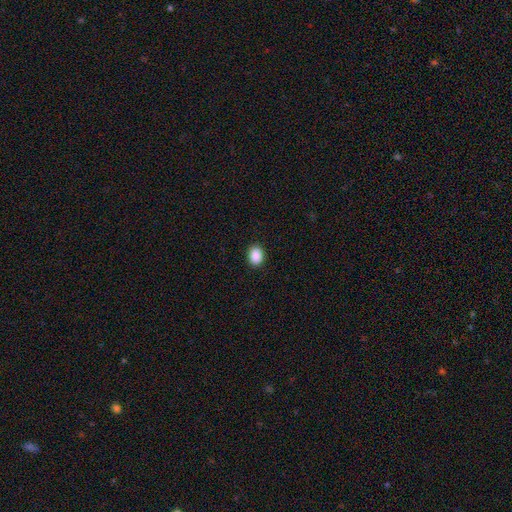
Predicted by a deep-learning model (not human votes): This appears to be a smooth galaxy with no disk features (90%) that is in between round and cigar-shaped (59%). Merging: none (90%).